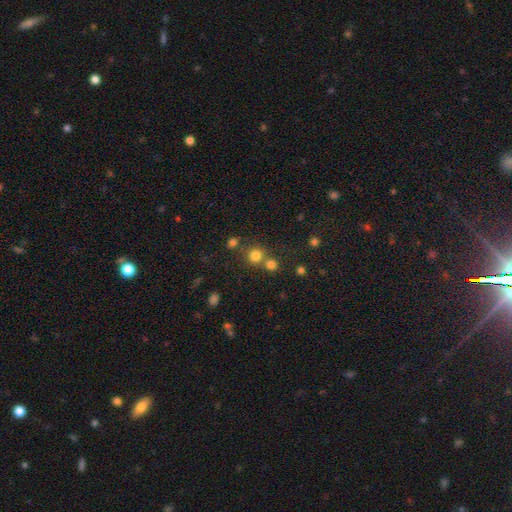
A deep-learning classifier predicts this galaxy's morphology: This is likely a smooth galaxy (77%). How rounded: clearly round (90%). Merging: likely none (64%).